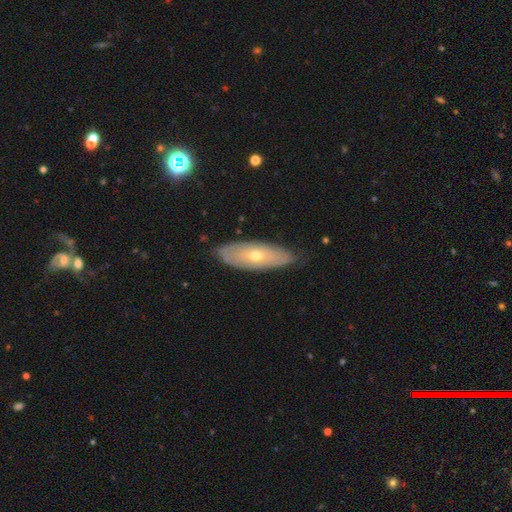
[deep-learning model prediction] The model was most divided on "smooth or featured": featured or disk: 57%, smooth: 37%, star or artifact: 7%. More confident: merging — none (80%); edge-on disk — no (71%).